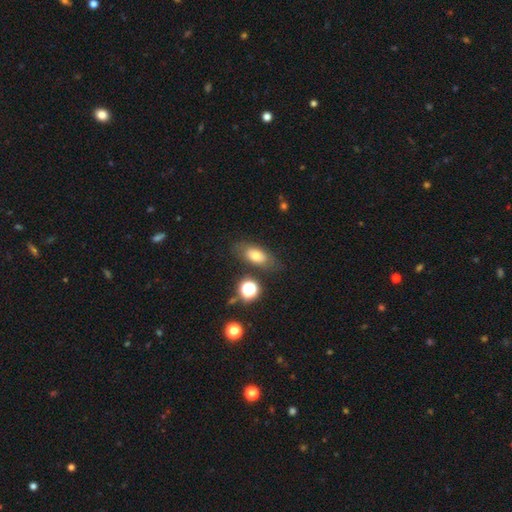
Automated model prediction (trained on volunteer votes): Smooth or featured: smooth — 67% (featured or disk — 21%)
How rounded: in between — 82% (round — 10%)
Merging: none — 74% (minor disturbance — 15%)